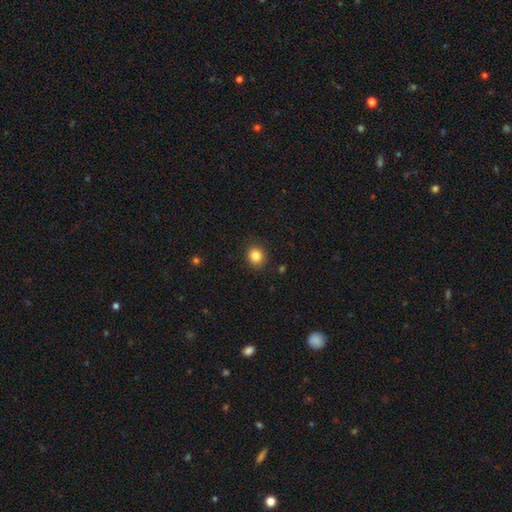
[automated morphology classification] smooth 85%, star or artifact 10%, featured or disk 5%. Down the decision tree: how rounded — round (77%); merging — none (89%).